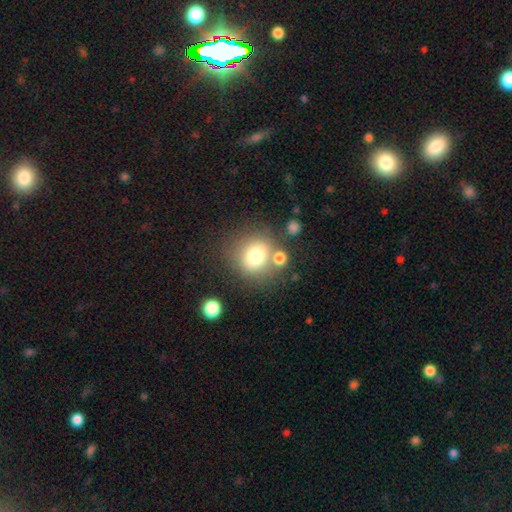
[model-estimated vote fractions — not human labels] Overall: smooth (73%). How rounded: round (86%). Merging: none (66%).